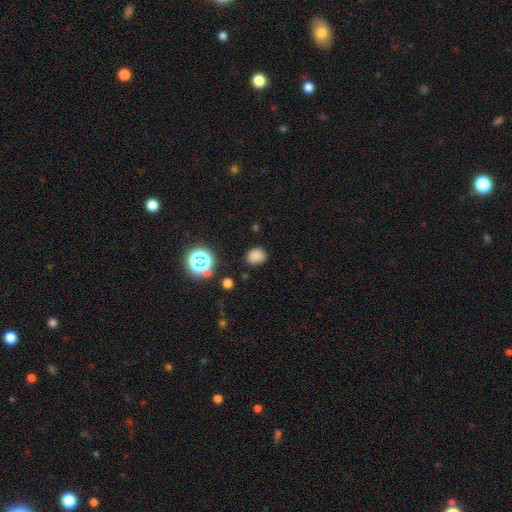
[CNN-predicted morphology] type=smooth (78%); roundness=round (58%); merging=none (81%).